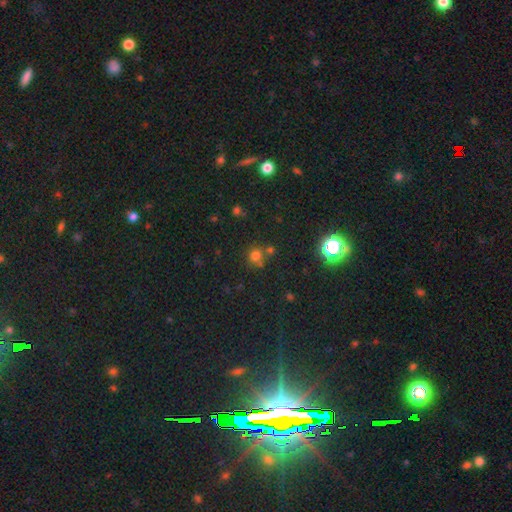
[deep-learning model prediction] A smooth galaxy with no disk features (68%) that is round (88%). Merging: none (62%).